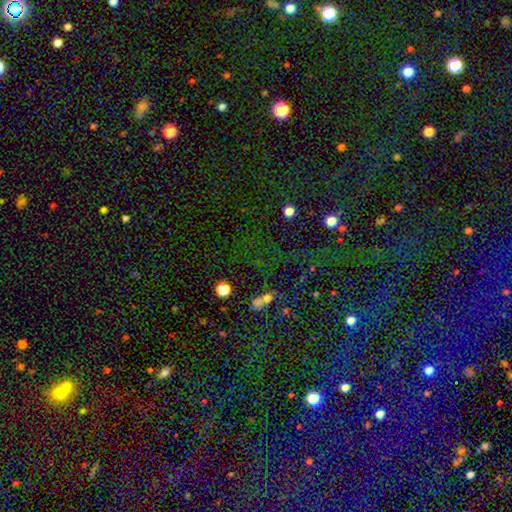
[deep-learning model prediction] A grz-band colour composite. It shows a star or artifact, not a galaxy (78%).